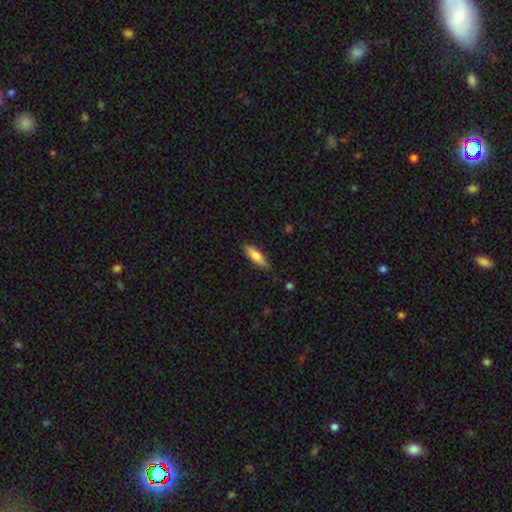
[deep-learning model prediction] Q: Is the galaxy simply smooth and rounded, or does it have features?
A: smooth — 79%.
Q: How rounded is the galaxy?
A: cigar-shaped — 58%.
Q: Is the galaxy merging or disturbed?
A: none — 85%.